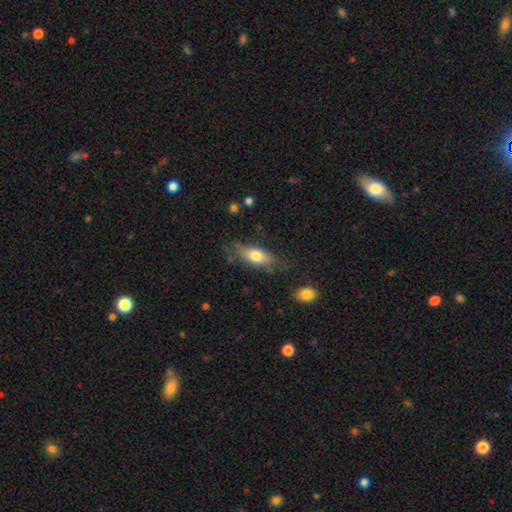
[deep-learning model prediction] smooth 70%, featured or disk 23%, star or artifact 7%. Down the decision tree: how rounded — in between (70%); merging — none (68%).